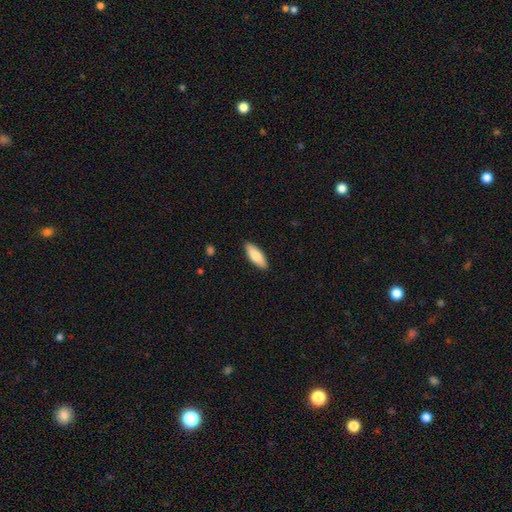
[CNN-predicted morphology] Smooth or featured? Predicted: smooth (p=0.82). How rounded? Predicted: in between (p=0.70). Merging? Predicted: none (p=0.89).